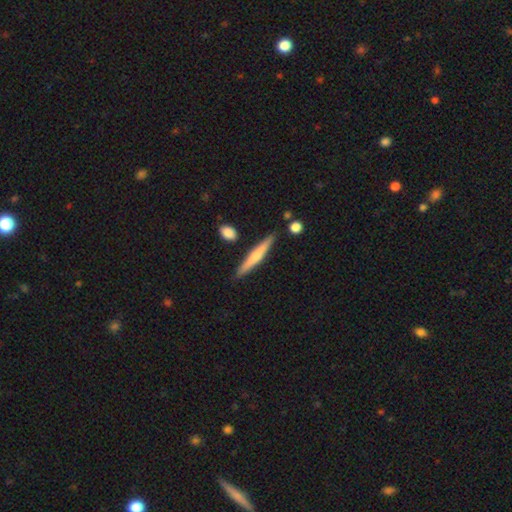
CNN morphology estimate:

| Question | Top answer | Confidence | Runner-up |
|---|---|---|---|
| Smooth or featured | smooth | 52% | featured or disk (43%) |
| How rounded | cigar-shaped | 92% | in between (6%) |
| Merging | none | 86% | minor disturbance (9%) |